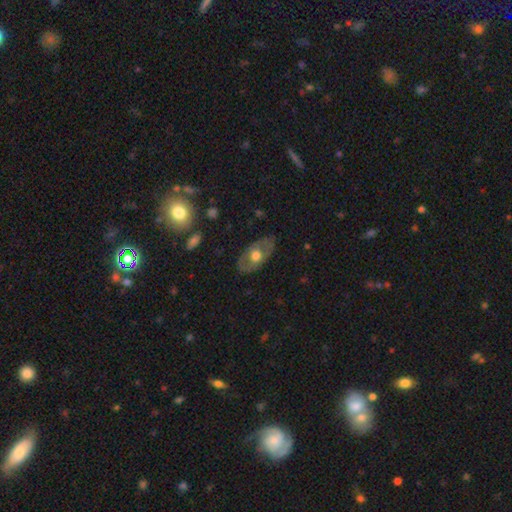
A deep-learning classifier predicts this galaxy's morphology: Smooth or featured? featured or disk (49%)
Merging? none (78%)